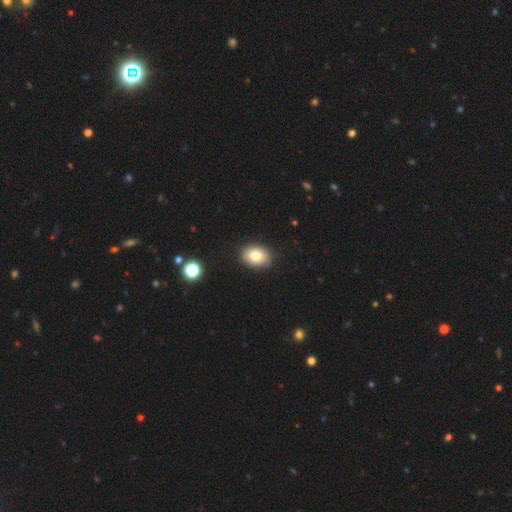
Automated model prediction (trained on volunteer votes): Overall: smooth (81%). How rounded: in between (73%). Merging: none (87%).